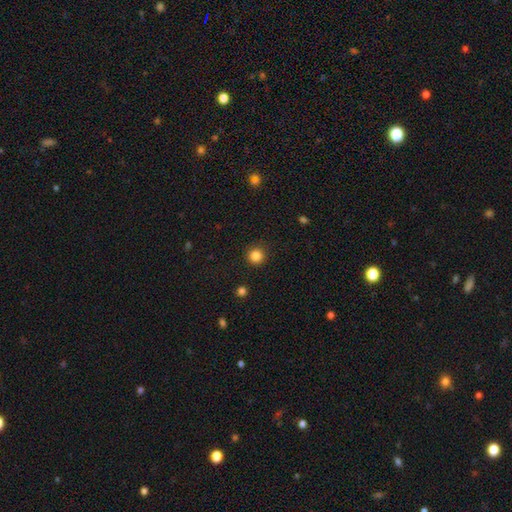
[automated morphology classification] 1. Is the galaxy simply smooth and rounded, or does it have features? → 84% smooth, 12% star or artifact, 4% featured or disk.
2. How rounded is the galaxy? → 95% round, 4% in between, 1% cigar-shaped.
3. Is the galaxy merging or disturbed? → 91% none, 5% minor disturbance, 2% major disturbance, 1% merger.